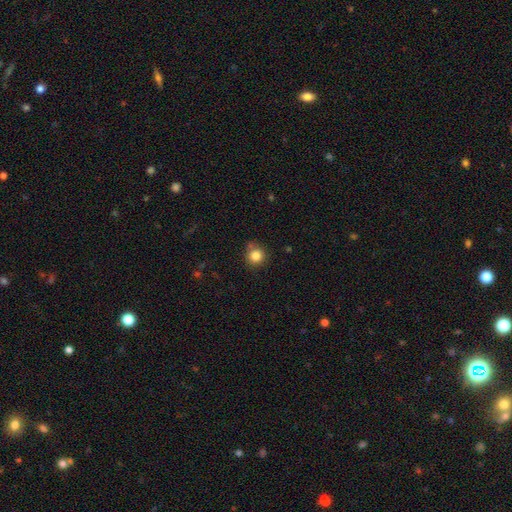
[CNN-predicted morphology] This appears to be a smooth galaxy with no disk features (84%) that is round (91%). Merging: none (77%).